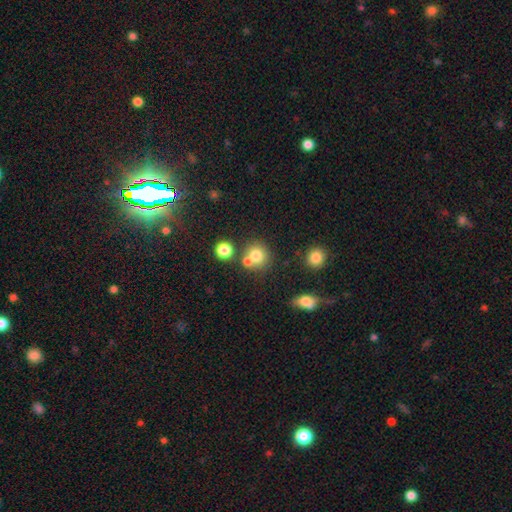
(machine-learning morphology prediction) smooth 76%, star or artifact 13%, featured or disk 11%. Down the decision tree: how rounded — round (86%); merging — none (57%).